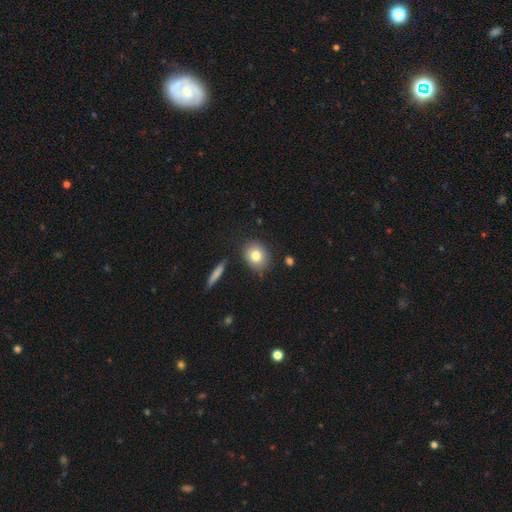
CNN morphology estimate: Q: Smooth or featured?
A: smooth (79%); runner-up: featured or disk (12%)
Q: How rounded?
A: round (54%); runner-up: in between (44%)
Q: Merging?
A: none (83%); runner-up: minor disturbance (11%)